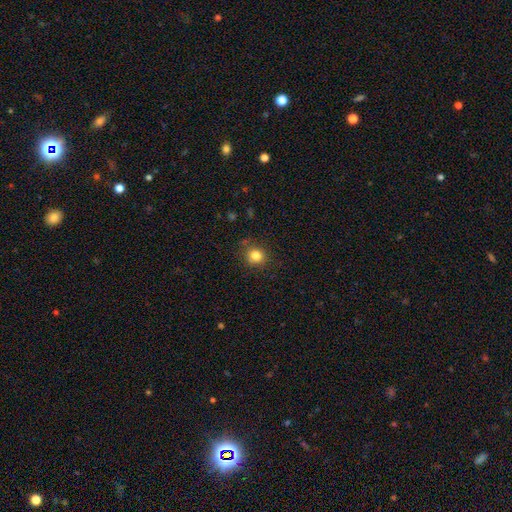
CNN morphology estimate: A smooth galaxy with no disk features (82%) that is round (85%). Merging: none (83%).